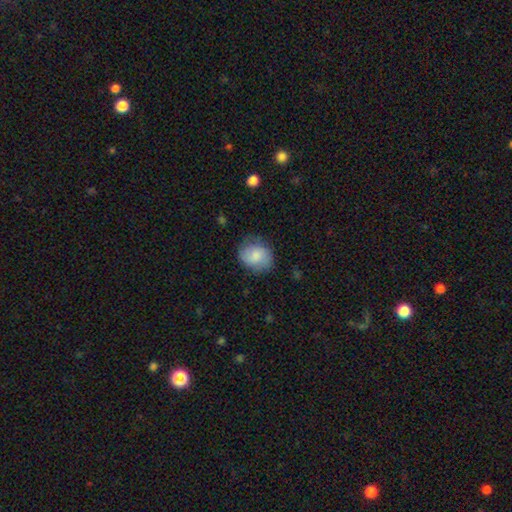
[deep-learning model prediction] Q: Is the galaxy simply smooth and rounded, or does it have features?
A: smooth — 74%.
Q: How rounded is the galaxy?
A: round — 59%.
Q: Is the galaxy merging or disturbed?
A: none — 72%.